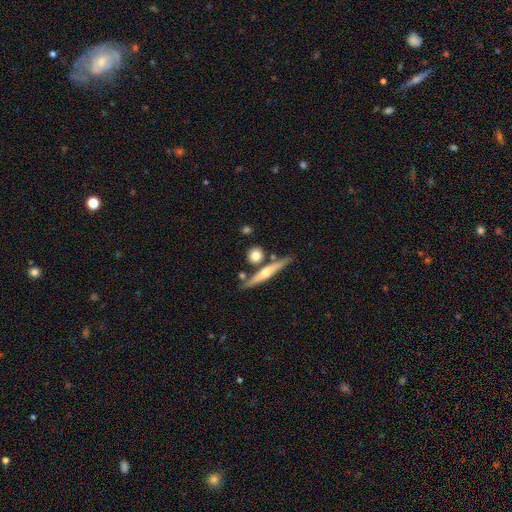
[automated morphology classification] Smooth or featured? smooth (66%)
How rounded? round (65%)
Merging? none (72%)